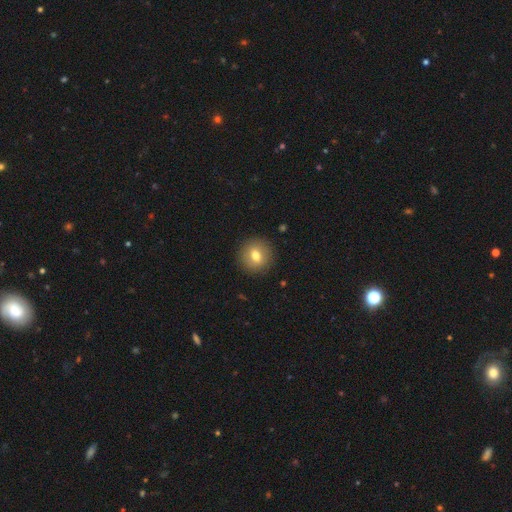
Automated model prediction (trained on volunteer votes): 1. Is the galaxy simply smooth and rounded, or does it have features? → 73% smooth, 17% featured or disk, 10% star or artifact.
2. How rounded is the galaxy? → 89% round, 10% in between, 1% cigar-shaped.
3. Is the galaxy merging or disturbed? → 90% none, 6% minor disturbance, 2% major disturbance, 1% merger.